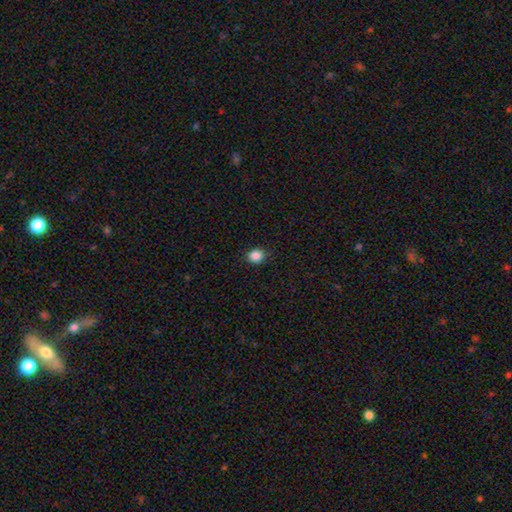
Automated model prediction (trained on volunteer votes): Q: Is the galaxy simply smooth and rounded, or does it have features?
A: smooth — 86%.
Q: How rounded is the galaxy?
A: round — 76%.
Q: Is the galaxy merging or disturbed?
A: none — 87%.